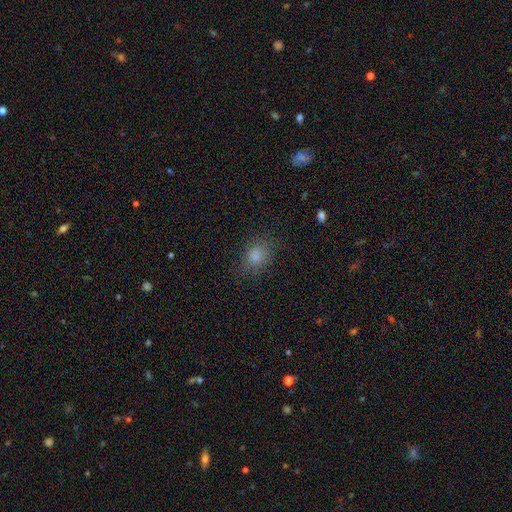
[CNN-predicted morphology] type=smooth (76%); roundness=in between (54%); merging=none (81%).